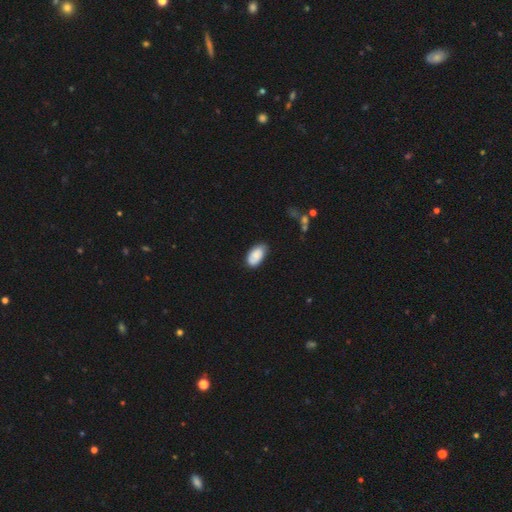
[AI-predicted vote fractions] Overall: smooth (79%). How rounded: in between (94%). Merging: none (70%).